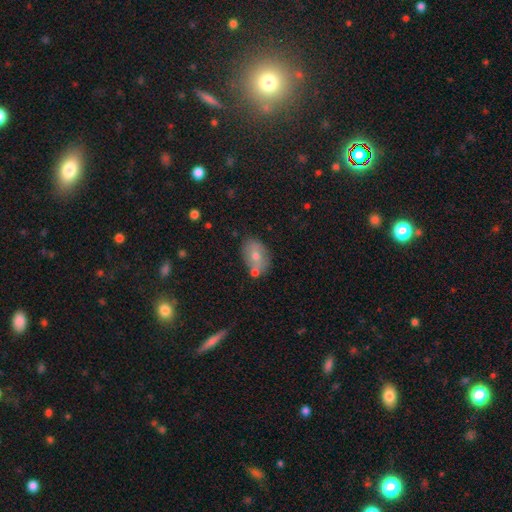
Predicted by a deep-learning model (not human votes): smooth-or-featured: smooth: 66% | featured or disk: 26% | star or artifact: 8%
  how-rounded: in between: 82% | round: 17% | cigar-shaped: 1%
  merging: none: 65% | minor disturbance: 17% | merger: 14% | major disturbance: 4%